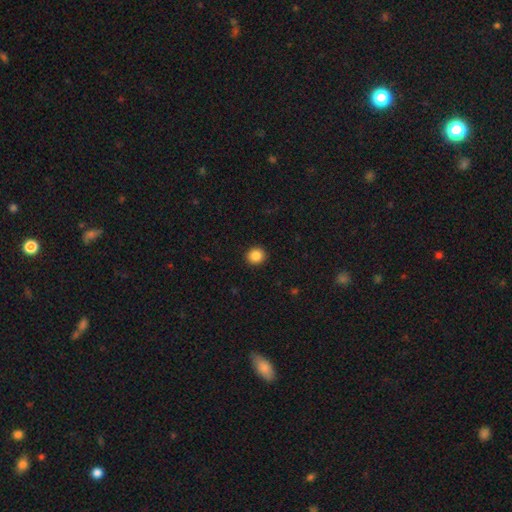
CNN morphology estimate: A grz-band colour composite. It shows a smooth galaxy with no disk features (86%) that is round (88%). Merging: none (93%).